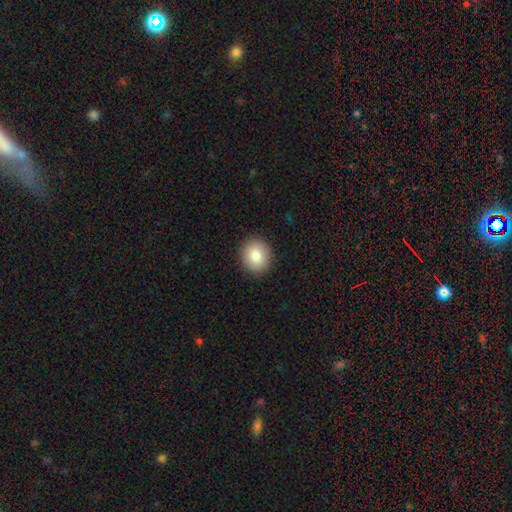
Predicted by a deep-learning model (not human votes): Q: Smooth or featured?
A: smooth (83%); runner-up: featured or disk (9%)
Q: How rounded?
A: round (78%); runner-up: in between (21%)
Q: Merging?
A: none (91%); runner-up: minor disturbance (6%)